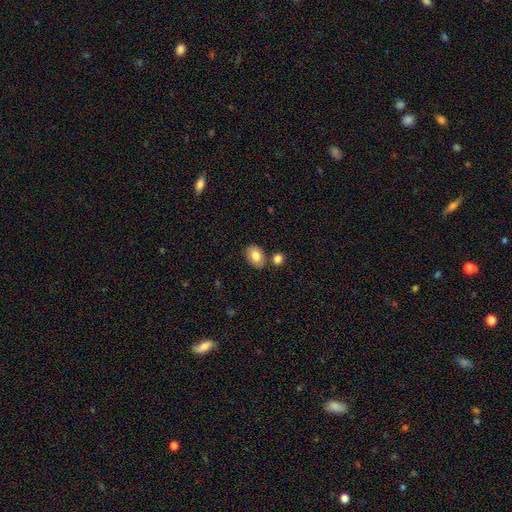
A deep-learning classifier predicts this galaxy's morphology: Smooth or featured? Predicted: smooth (p=0.81). How rounded? Predicted: in between (p=0.82). Merging? Predicted: none (p=0.73).